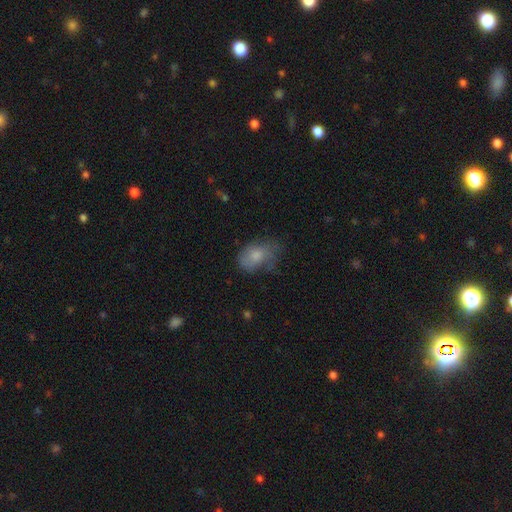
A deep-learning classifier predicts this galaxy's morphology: This is likely a smooth galaxy (72%). How rounded: likely in between (80%). Merging: marginally none (41%).